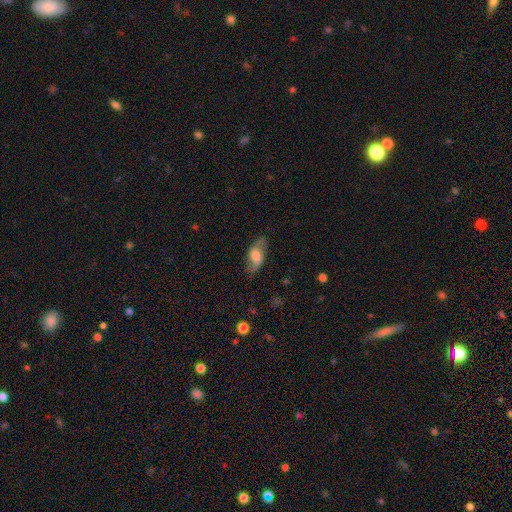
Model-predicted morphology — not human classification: Q: Smooth or featured?
A: featured or disk (51%); runner-up: smooth (42%)
Q: Edge-on disk?
A: no (86%); runner-up: yes (14%)
Q: Merging?
A: none (75%); runner-up: minor disturbance (17%)